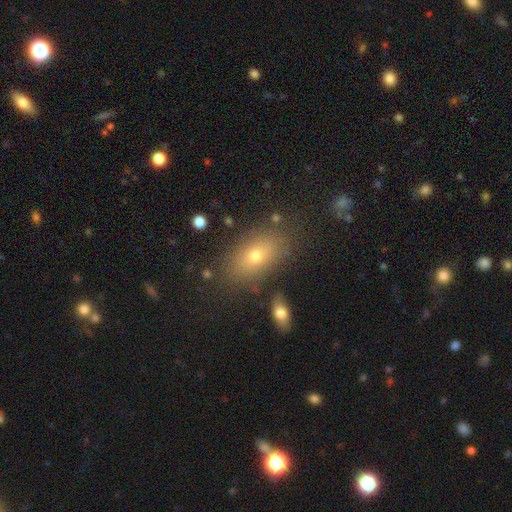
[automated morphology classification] Overall: smooth (70%). How rounded: in between (86%). Merging: none (80%).